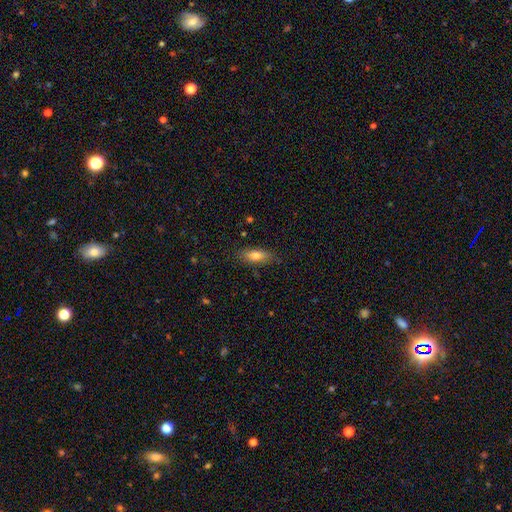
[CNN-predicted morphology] smooth-or-featured: smooth: 76% | featured or disk: 17% | star or artifact: 7%
  how-rounded: in between: 73% | cigar-shaped: 24% | round: 3%
  merging: none: 82% | minor disturbance: 13% | major disturbance: 3% | merger: 1%